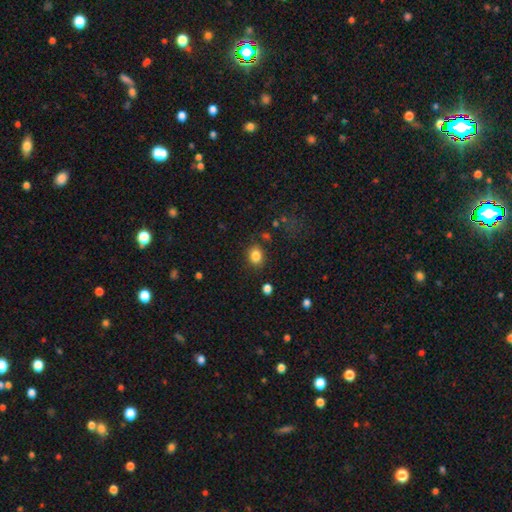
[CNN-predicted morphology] Smooth or featured: smooth — 84% (star or artifact — 10%)
How rounded: in between — 56% (round — 43%)
Merging: none — 81% (minor disturbance — 12%)